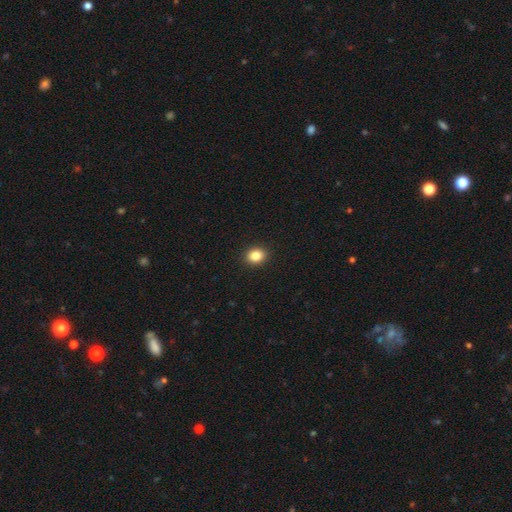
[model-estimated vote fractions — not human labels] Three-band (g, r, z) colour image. It shows a smooth galaxy with no disk features (85%) that is round (54%). Merging: none (92%).